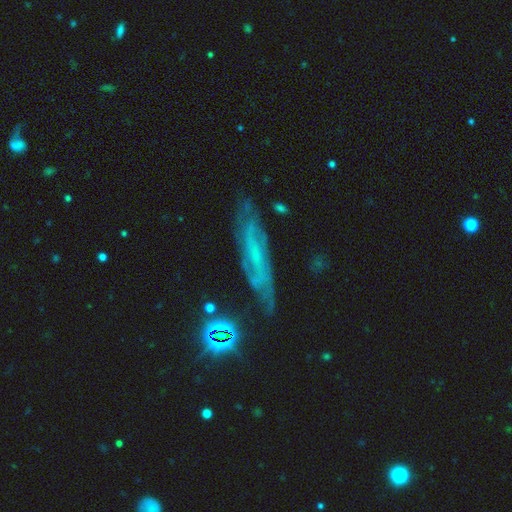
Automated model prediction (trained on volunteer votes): Smooth or featured?
  - featured or disk: 70% *
  - smooth: 16%
  - star or artifact: 13%
Edge-on disk?
  - no: 70% *
  - yes: 30%
Merging?
  - none: 72% *
  - minor disturbance: 18%
  - major disturbance: 7%
  - merger: 3%